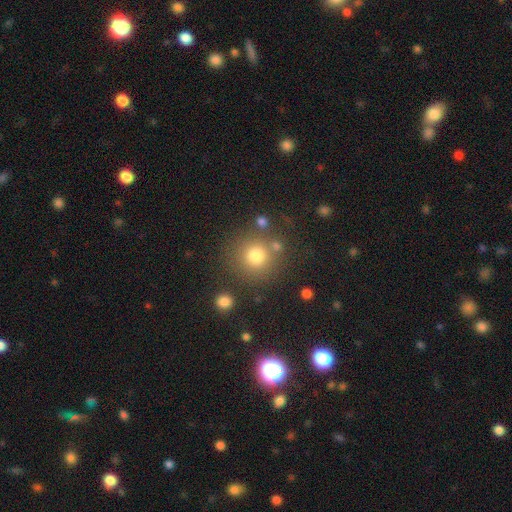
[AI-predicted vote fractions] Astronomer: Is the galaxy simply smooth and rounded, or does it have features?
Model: smooth — 77%.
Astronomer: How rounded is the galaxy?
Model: round — 93%.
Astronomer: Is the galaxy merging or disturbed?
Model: none — 77%.